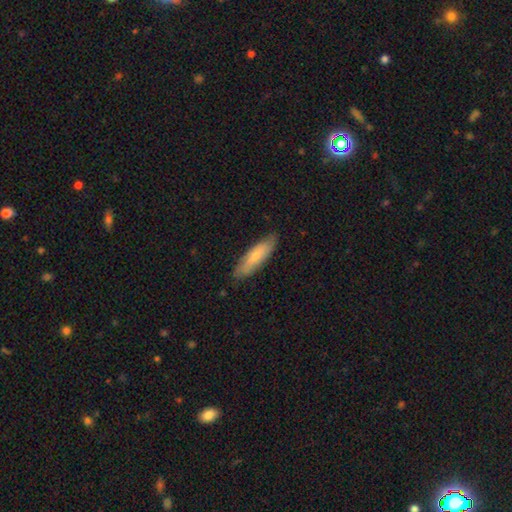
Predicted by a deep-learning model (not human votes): Q: Smooth or featured?
A: smooth (68%); runner-up: featured or disk (27%)
Q: How rounded?
A: cigar-shaped (60%); runner-up: in between (39%)
Q: Merging?
A: none (81%); runner-up: minor disturbance (15%)